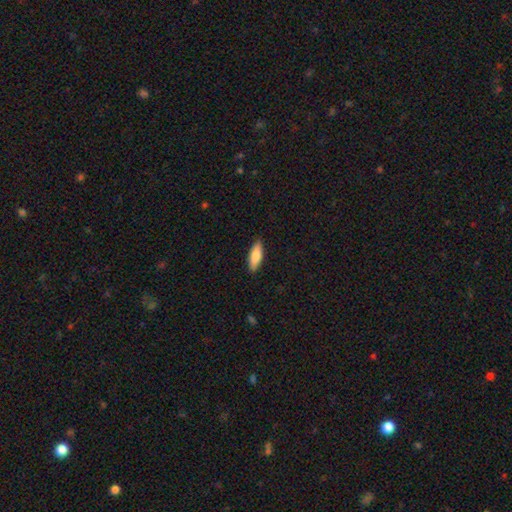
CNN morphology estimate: smooth_or_featured: smooth (p=0.81) [alt: featured or disk p=0.14]
how_rounded: in between (p=0.55) [alt: cigar-shaped p=0.43]
merging: none (p=0.88) [alt: minor disturbance p=0.09]